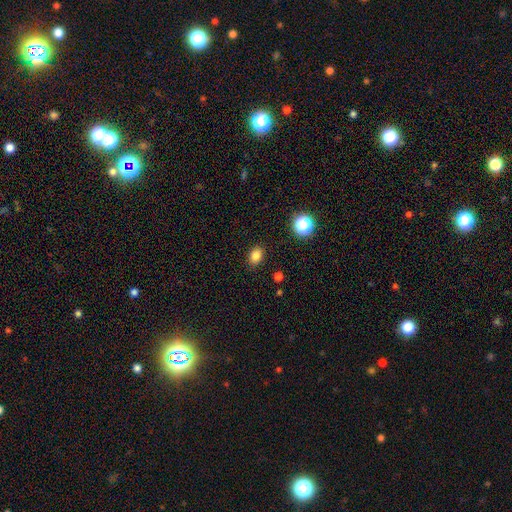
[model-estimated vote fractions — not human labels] A smooth galaxy with no disk features (82%) that is in between round and cigar-shaped (70%). Merging: none (88%).